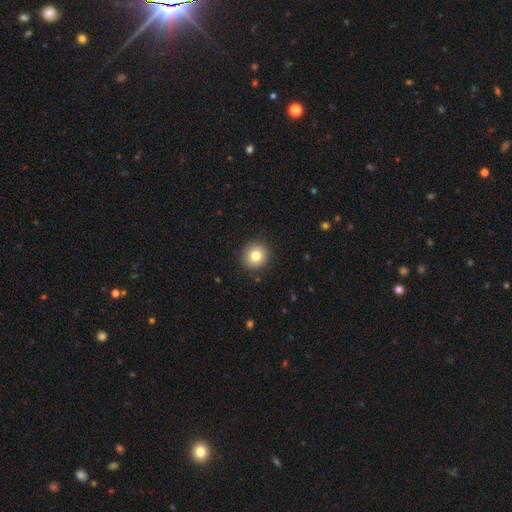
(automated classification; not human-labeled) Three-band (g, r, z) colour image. It shows a smooth galaxy with no disk features (82%) that is round (92%). Merging: none (91%).